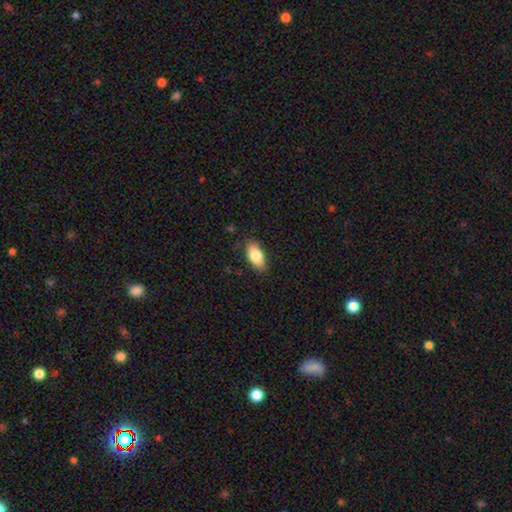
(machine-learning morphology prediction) Overall: smooth (82%). How rounded: in between (91%). Merging: none (84%).